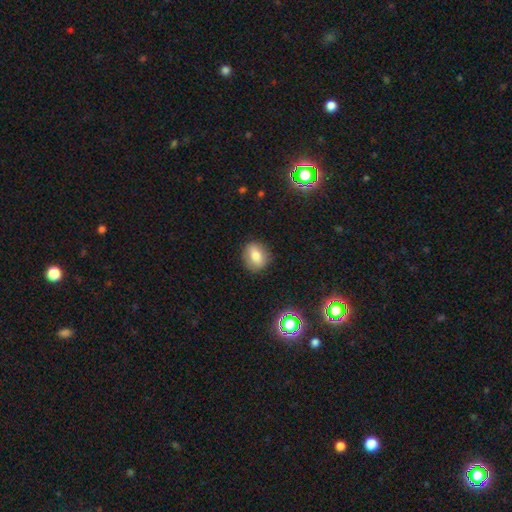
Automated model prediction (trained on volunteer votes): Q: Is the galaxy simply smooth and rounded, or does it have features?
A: smooth — 69%.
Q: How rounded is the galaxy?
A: round — 58%.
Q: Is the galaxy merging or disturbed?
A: none — 85%.